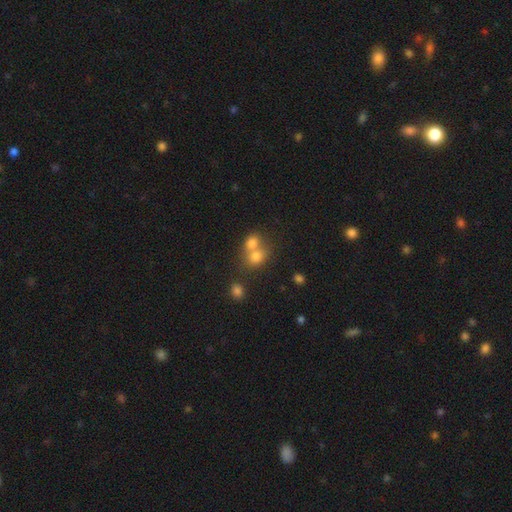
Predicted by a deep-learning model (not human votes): This is likely a smooth galaxy (74%). How rounded: likely round (61%). Merging: likely merger (62%).